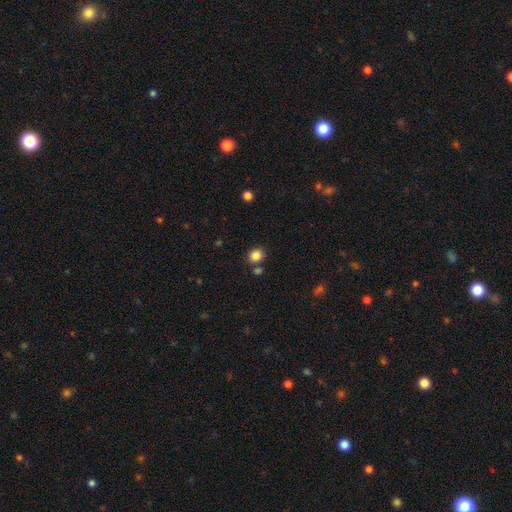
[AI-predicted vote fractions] Smooth or featured: smooth — 85% (star or artifact — 11%)
How rounded: round — 77% (in between — 22%)
Merging: none — 76% (merger — 11%)